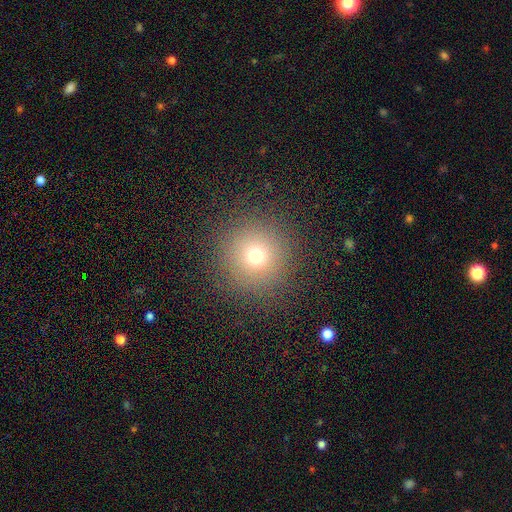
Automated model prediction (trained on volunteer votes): The model was most divided on "smooth or featured": smooth: 70%, star or artifact: 20%, featured or disk: 10%. More confident: how rounded — round (96%); merging — none (89%).